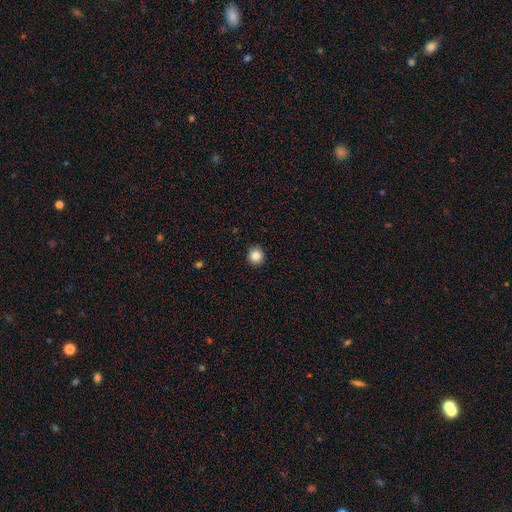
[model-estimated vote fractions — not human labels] The model was most divided on "smooth or featured": smooth: 85%, star or artifact: 10%, featured or disk: 5%. More confident: merging — none (92%); how rounded — round (92%).